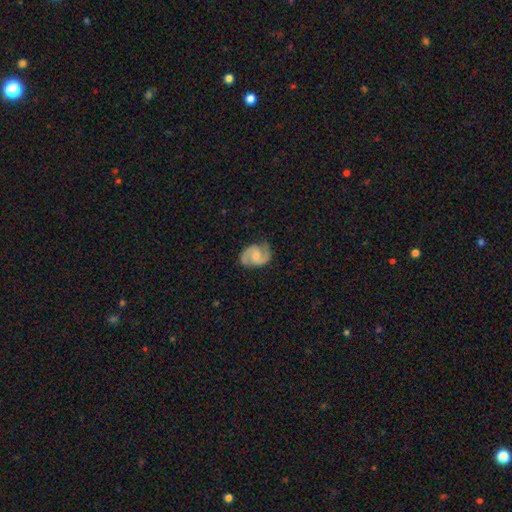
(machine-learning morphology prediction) Overall: featured or disk (86%). Edge-on disk: no (98%). Bar: weak (47%; no 44%). Spiral arms: yes (97%). Spiral arm count: 2 (93%). Spiral winding: medium (59%; tight 22%). Bulge size: moderate (44%; small 43%). Merging: none (82%).